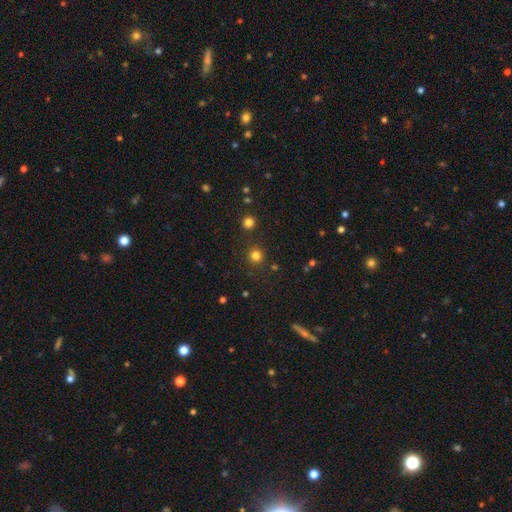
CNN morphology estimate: A smooth galaxy with no disk features (79%) that is round (94%).

Vote fractions:
- Smooth or featured? smooth: 79% / star or artifact: 17% / featured or disk: 4%
- How rounded? round: 94% / in between: 5% / cigar-shaped: 1%
- Merging? none: 88% / minor disturbance: 6% / merger: 3% / major disturbance: 3%